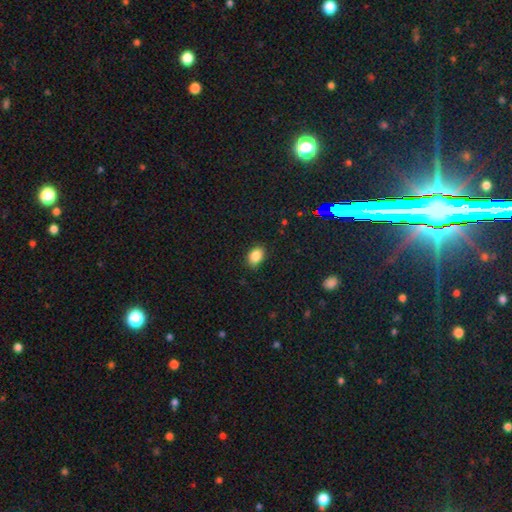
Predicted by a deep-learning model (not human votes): This is clearly a smooth galaxy (86%). How rounded: likely in between (77%). Merging: clearly none (83%).